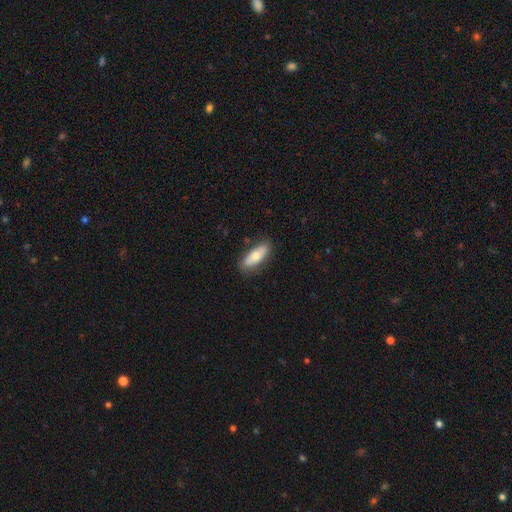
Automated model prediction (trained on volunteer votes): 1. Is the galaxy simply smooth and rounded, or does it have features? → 69% smooth, 25% featured or disk, 6% star or artifact.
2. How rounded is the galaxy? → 68% in between, 30% cigar-shaped, 2% round.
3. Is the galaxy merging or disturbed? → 82% none, 14% minor disturbance, 3% major disturbance, 2% merger.